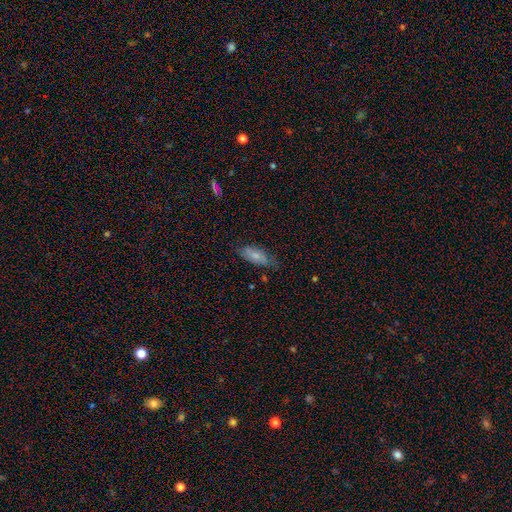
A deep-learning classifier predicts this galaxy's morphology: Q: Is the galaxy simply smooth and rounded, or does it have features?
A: smooth — 70%.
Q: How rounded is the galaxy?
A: in between — 79%.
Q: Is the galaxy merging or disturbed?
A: none — 66%.